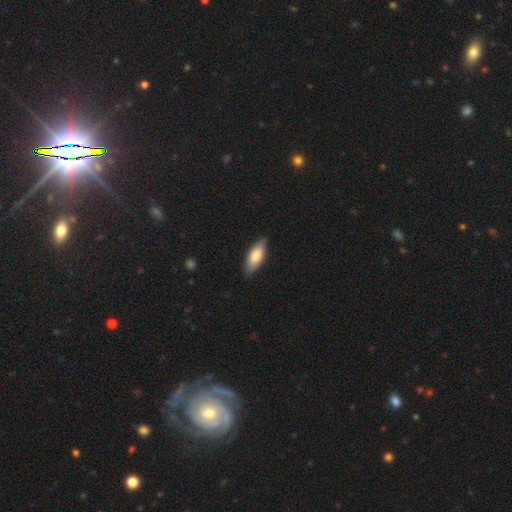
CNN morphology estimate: smooth_or_featured: smooth (p=0.76) [alt: featured or disk p=0.19]
how_rounded: in between (p=0.75) [alt: cigar-shaped p=0.23]
merging: none (p=0.82) [alt: minor disturbance p=0.15]